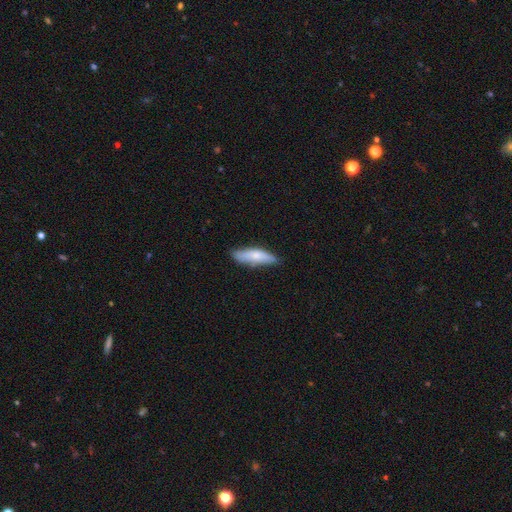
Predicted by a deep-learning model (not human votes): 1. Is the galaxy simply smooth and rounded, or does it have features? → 71% smooth, 23% featured or disk, 6% star or artifact.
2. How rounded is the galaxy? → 56% cigar-shaped, 42% in between, 2% round.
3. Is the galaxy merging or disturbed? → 72% none, 23% minor disturbance, 4% major disturbance, 2% merger.